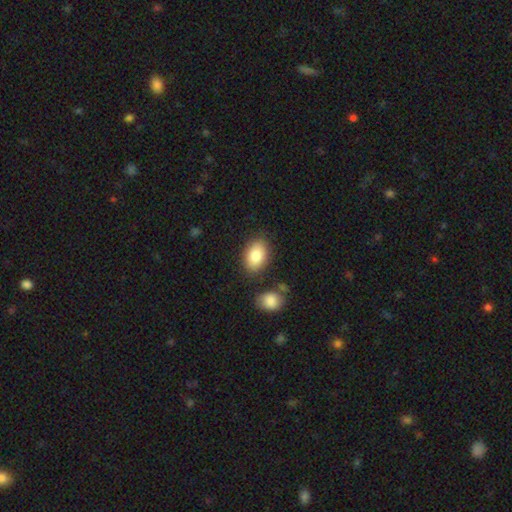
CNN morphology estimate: This is clearly a smooth galaxy (85%). How rounded: clearly in between (90%). Merging: likely none (79%).